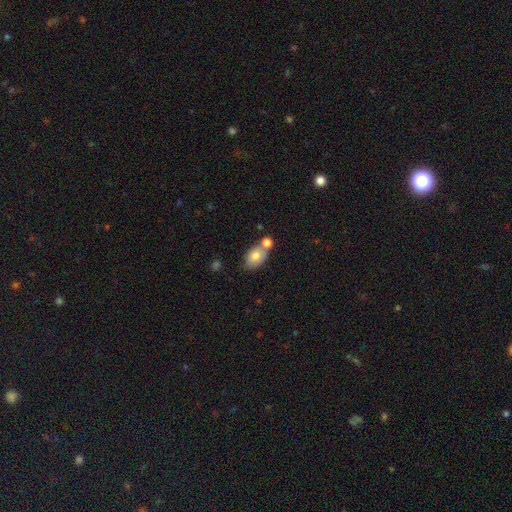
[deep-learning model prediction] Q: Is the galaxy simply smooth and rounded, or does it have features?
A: smooth — 77%.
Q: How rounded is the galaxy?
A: in between — 85%.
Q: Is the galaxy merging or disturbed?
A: none — 47%.